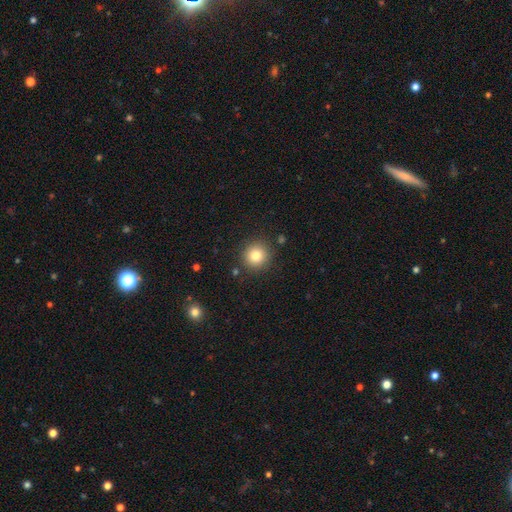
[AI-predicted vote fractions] Q: Smooth or featured?
A: smooth (82%); runner-up: star or artifact (11%)
Q: How rounded?
A: round (93%); runner-up: in between (6%)
Q: Merging?
A: none (88%); runner-up: minor disturbance (7%)